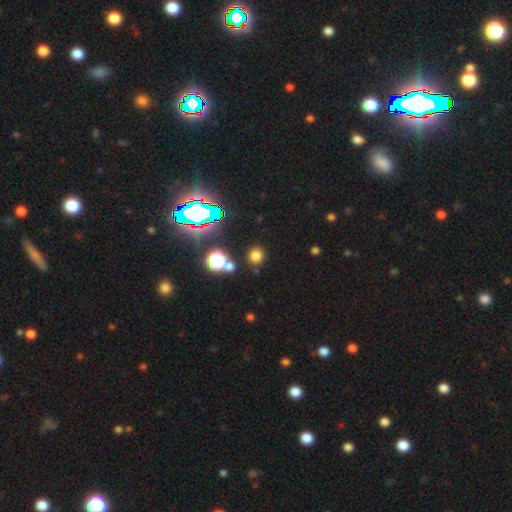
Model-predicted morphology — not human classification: smooth-or-featured: smooth: 68% | star or artifact: 26% | featured or disk: 6%
  how-rounded: round: 84% | in between: 14% | cigar-shaped: 1%
  merging: none: 83% | minor disturbance: 7% | merger: 7% | major disturbance: 3%